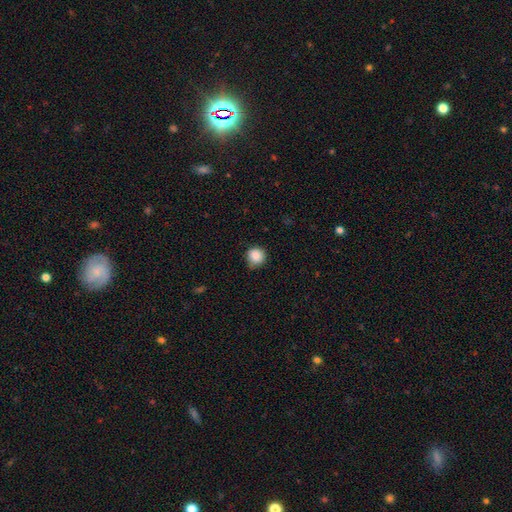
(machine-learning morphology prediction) Q: Smooth or featured?
A: smooth (87%); runner-up: star or artifact (9%)
Q: How rounded?
A: round (92%); runner-up: in between (7%)
Q: Merging?
A: none (72%); runner-up: minor disturbance (23%)